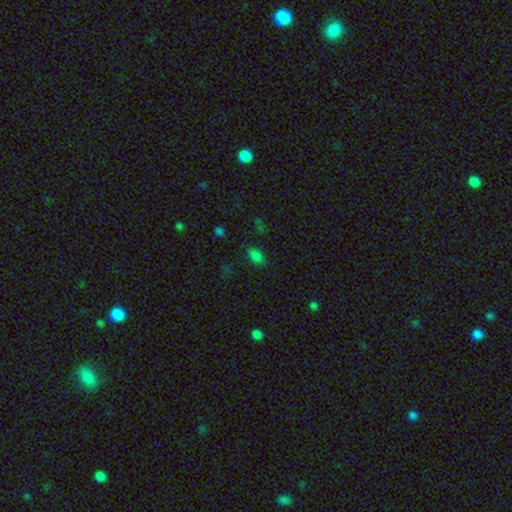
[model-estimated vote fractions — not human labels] Overall: smooth (76%). How rounded: in between (89%). Merging: none (76%).